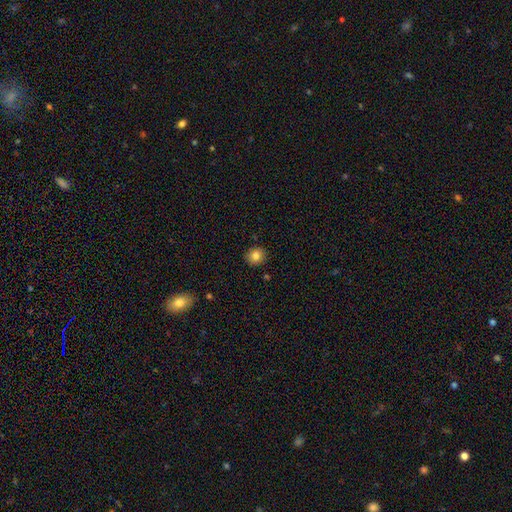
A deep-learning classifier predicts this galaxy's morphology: This is clearly a smooth galaxy (83%). How rounded: likely round (79%). Merging: clearly none (89%).